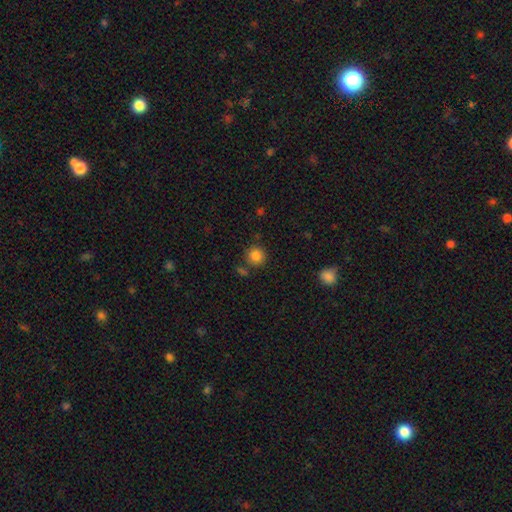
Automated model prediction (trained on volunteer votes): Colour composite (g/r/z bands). It shows a smooth galaxy with no disk features (85%) that is round (92%). Merging: none (80%).